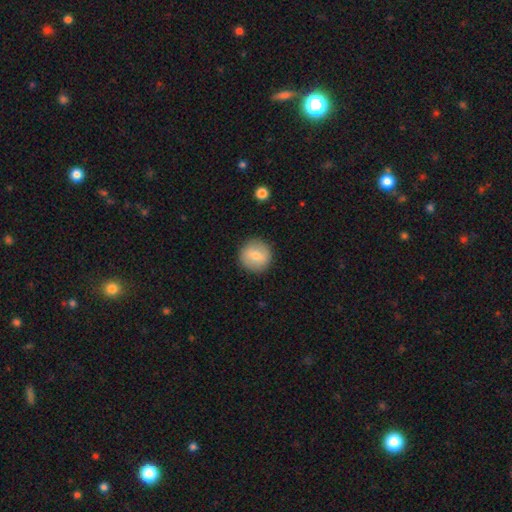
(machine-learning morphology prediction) type=smooth (74%); roundness=round (94%); merging=none (90%).